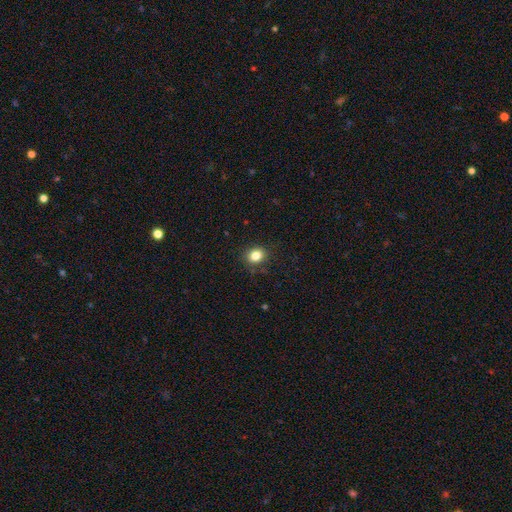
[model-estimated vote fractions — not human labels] A smooth galaxy with no disk features (83%) that is round (65%). Merging: none (87%).